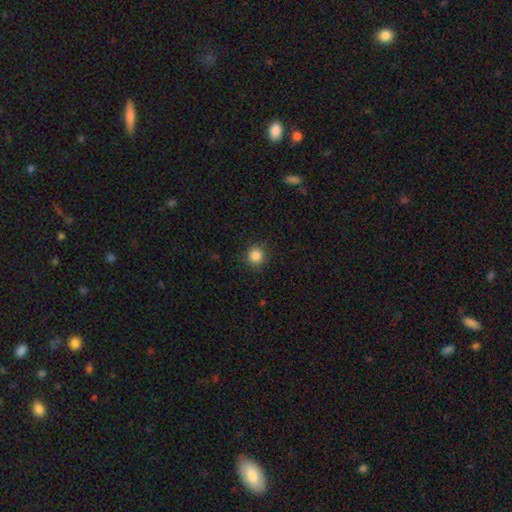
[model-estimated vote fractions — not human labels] smooth-or-featured: smooth: 85% | star or artifact: 11% | featured or disk: 4%
  how-rounded: round: 93% | in between: 6% | cigar-shaped: 1%
  merging: none: 90% | minor disturbance: 7% | major disturbance: 2% | merger: 1%